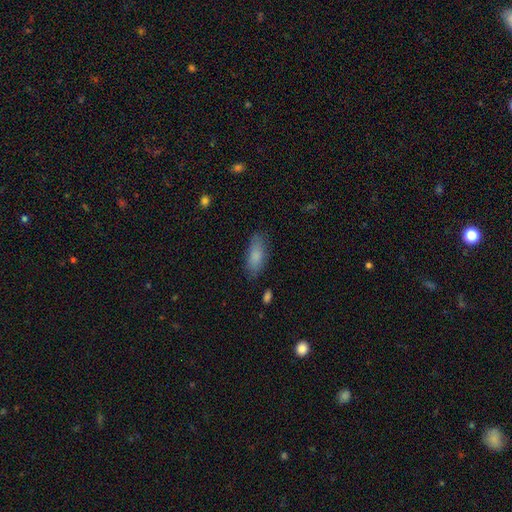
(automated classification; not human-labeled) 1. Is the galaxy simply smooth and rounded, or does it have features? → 84% smooth, 10% featured or disk, 7% star or artifact.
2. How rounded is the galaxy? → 76% in between, 22% cigar-shaped, 2% round.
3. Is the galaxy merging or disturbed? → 79% none, 16% minor disturbance, 4% major disturbance, 2% merger.